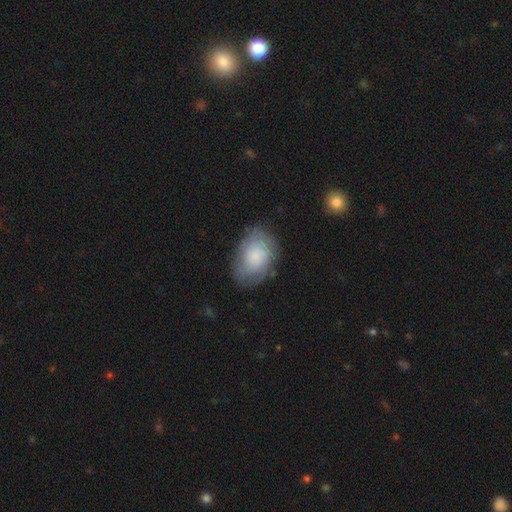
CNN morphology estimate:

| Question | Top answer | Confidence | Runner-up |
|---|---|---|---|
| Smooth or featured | smooth | 71% | featured or disk (22%) |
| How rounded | in between | 83% | round (15%) |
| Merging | none | 70% | minor disturbance (21%) |